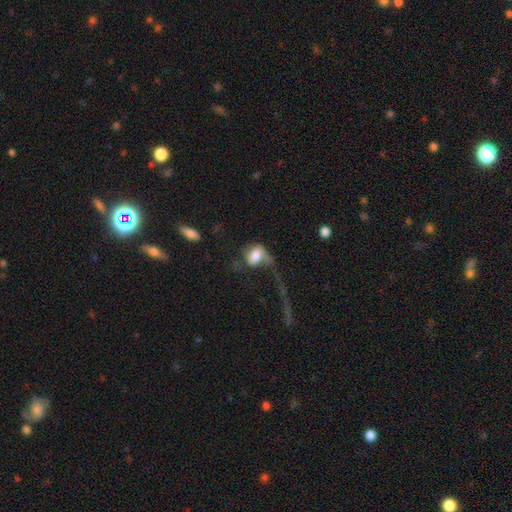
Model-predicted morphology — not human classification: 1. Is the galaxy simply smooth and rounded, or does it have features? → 59% smooth, 32% featured or disk, 9% star or artifact.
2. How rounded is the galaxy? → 68% in between, 30% round, 2% cigar-shaped.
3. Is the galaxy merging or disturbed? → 55% major disturbance, 21% none, 17% minor disturbance, 7% merger.